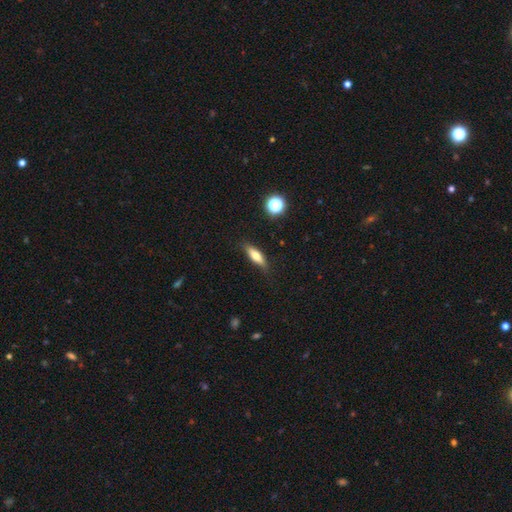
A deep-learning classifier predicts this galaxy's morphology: smooth-or-featured: smooth: 64% | featured or disk: 28% | star or artifact: 8%
  how-rounded: cigar-shaped: 54% | in between: 43% | round: 3%
  merging: none: 83% | minor disturbance: 13% | major disturbance: 3% | merger: 2%